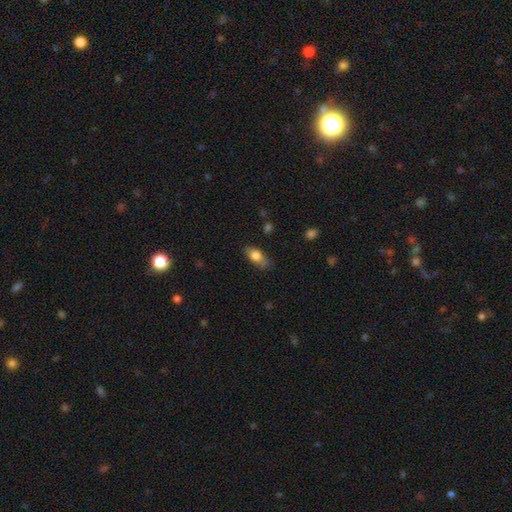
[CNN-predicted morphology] The model was most divided on "merging": none: 70%, minor disturbance: 22%, major disturbance: 5%, merger: 2%. More confident: how rounded — in between (81%); smooth or featured — smooth (76%).